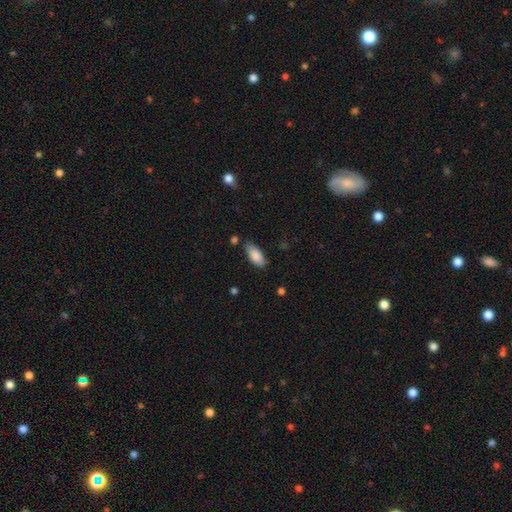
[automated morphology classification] smooth-or-featured: smooth: 85% | featured or disk: 9% | star or artifact: 6%
  how-rounded: in between: 86% | cigar-shaped: 13% | round: 2%
  merging: none: 73% | minor disturbance: 20% | merger: 4% | major disturbance: 4%